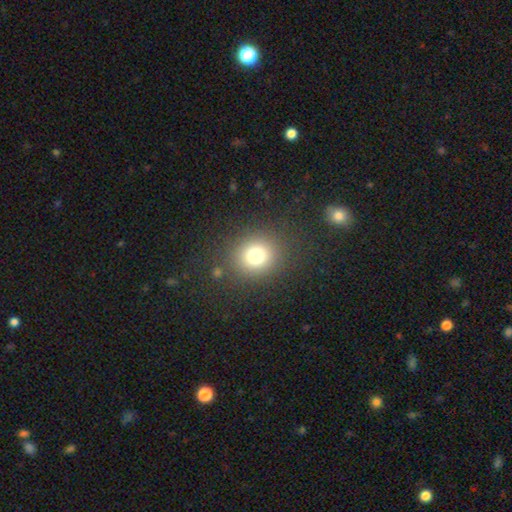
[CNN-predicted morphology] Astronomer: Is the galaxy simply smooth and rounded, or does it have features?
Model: smooth — 75%.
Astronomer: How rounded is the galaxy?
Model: round — 84%.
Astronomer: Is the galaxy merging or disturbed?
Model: none — 86%.